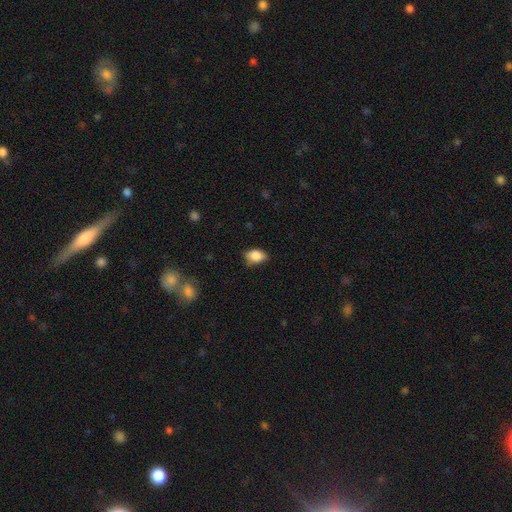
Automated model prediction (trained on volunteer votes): smooth-or-featured: smooth: 86% | star or artifact: 8% | featured or disk: 6%
  how-rounded: in between: 86% | round: 12% | cigar-shaped: 2%
  merging: none: 67% | minor disturbance: 27% | major disturbance: 5% | merger: 2%